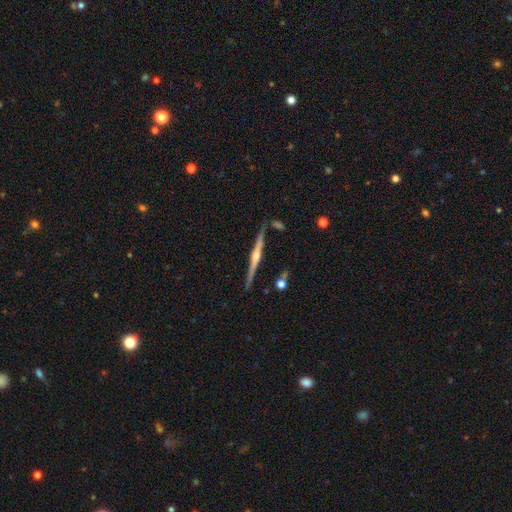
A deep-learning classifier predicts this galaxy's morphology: Q: Smooth or featured?
A: featured or disk (82%); runner-up: smooth (12%)
Q: Edge-on disk?
A: yes (98%); runner-up: no (2%)
Q: Edge-on bulge?
A: rounded (89%); runner-up: none (6%)
Q: Merging?
A: none (87%); runner-up: minor disturbance (9%)